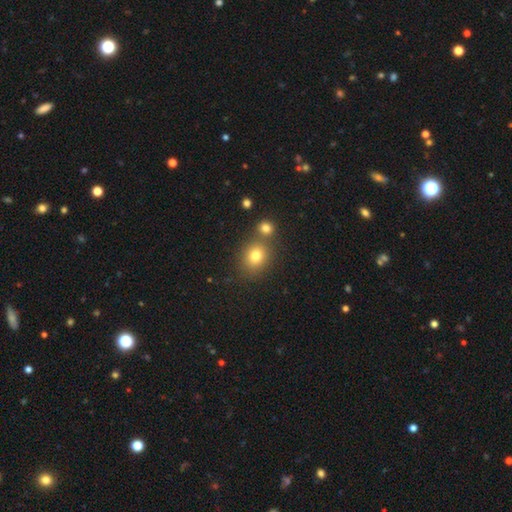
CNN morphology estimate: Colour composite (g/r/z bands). It shows a smooth galaxy with no disk features (78%) that is round (70%). Merging: none (64%).